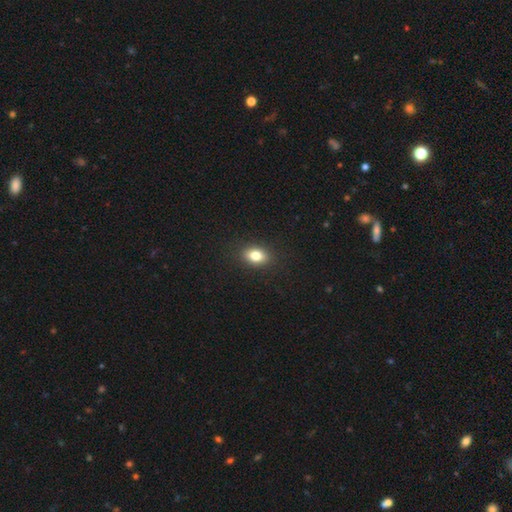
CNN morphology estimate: smooth_or_featured: smooth (p=0.82) [alt: star or artifact p=0.10]
how_rounded: in between (p=0.78) [alt: round p=0.20]
merging: none (p=0.89) [alt: minor disturbance p=0.08]